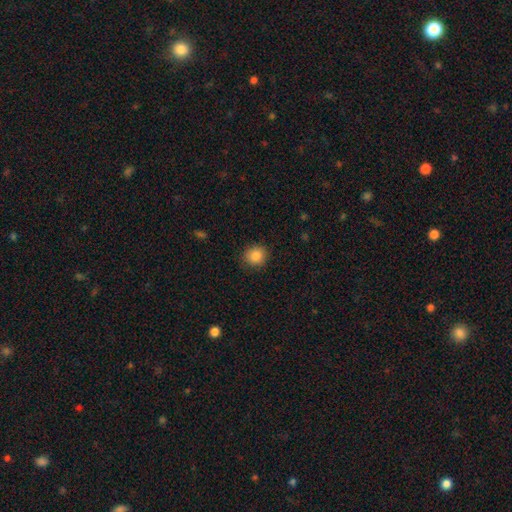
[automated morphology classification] Smooth or featured? Predicted: smooth (p=0.86). How rounded? Predicted: round (p=0.84). Merging? Predicted: none (p=0.88).